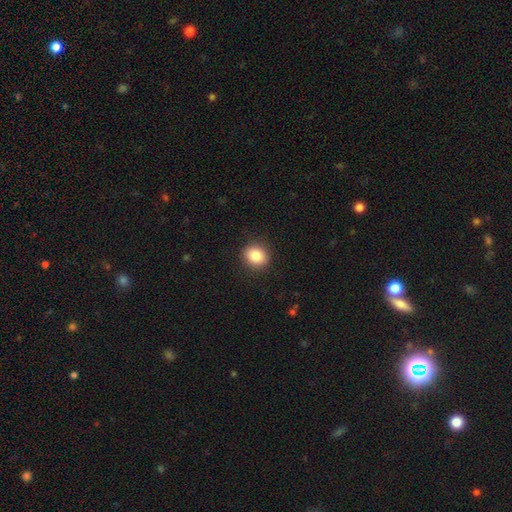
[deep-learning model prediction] Q: Smooth or featured?
A: smooth (86%); runner-up: star or artifact (9%)
Q: How rounded?
A: round (77%); runner-up: in between (22%)
Q: Merging?
A: none (90%); runner-up: minor disturbance (7%)